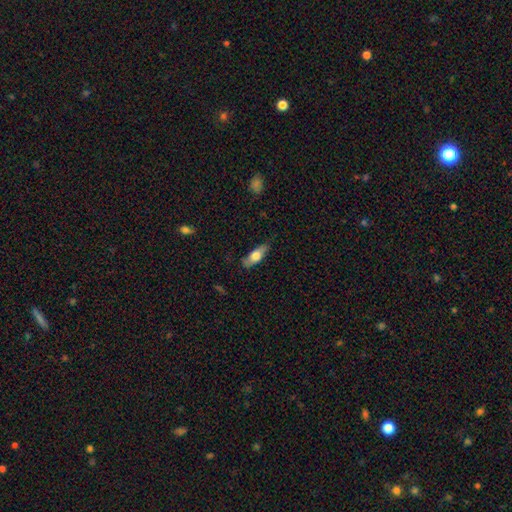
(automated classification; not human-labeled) Morphology: type=smooth (64%); roundness=in between (65%); merging=none (73%).